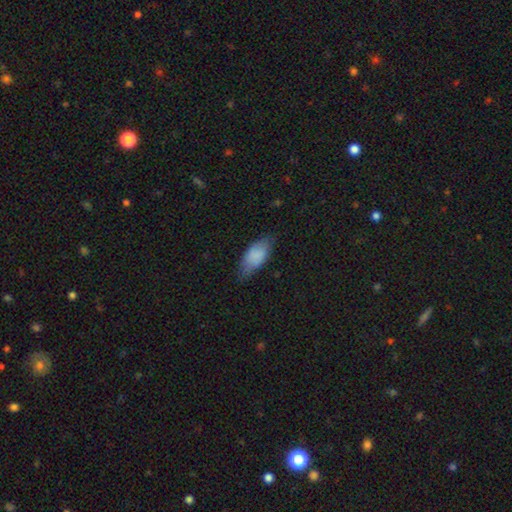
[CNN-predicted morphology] Smooth or featured? Predicted: smooth (p=0.83). How rounded? Predicted: in between (p=0.89). Merging? Predicted: none (p=0.65).